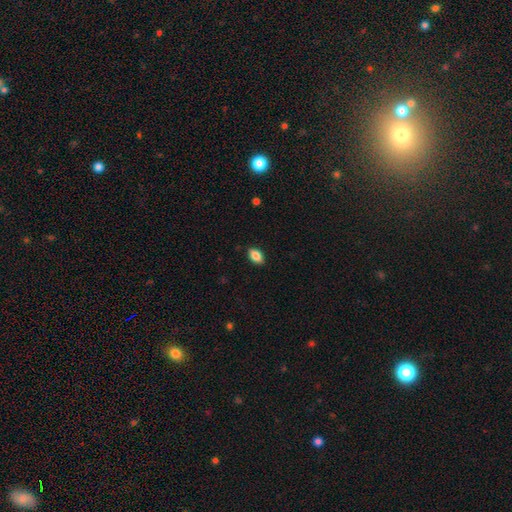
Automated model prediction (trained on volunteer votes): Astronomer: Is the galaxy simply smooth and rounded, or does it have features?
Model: smooth — 85%.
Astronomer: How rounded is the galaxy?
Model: in between — 90%.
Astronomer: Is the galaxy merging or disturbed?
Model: none — 87%.